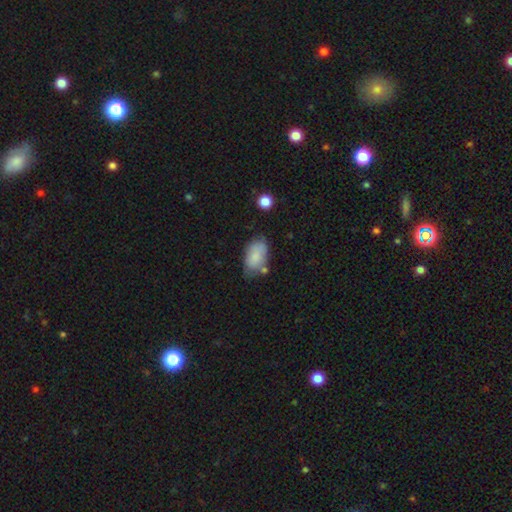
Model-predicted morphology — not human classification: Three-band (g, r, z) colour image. It shows a smooth galaxy with no disk features (81%) that is in between round and cigar-shaped (93%). Merging: none (57%).